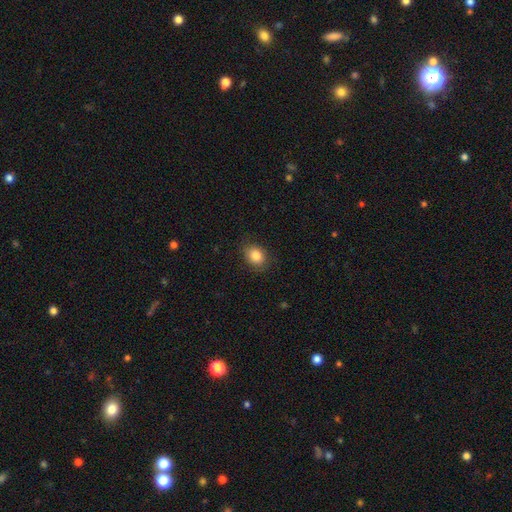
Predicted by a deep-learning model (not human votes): smooth_or_featured: smooth (p=0.85) [alt: star or artifact p=0.09]
how_rounded: in between (p=0.57) [alt: round p=0.43]
merging: none (p=0.82) [alt: minor disturbance p=0.14]